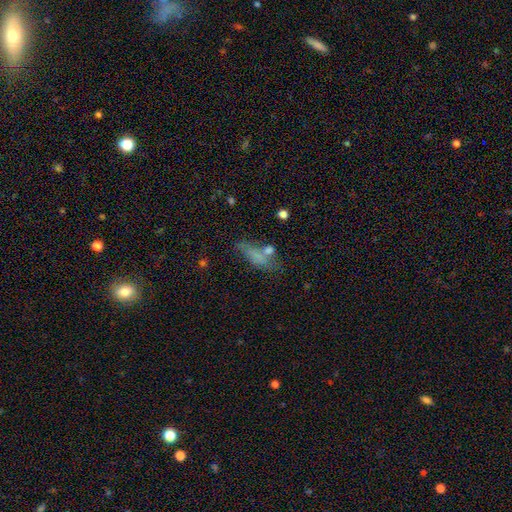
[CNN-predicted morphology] Smooth or featured? smooth (65%)
How rounded? in between (61%)
Merging? none (44%)